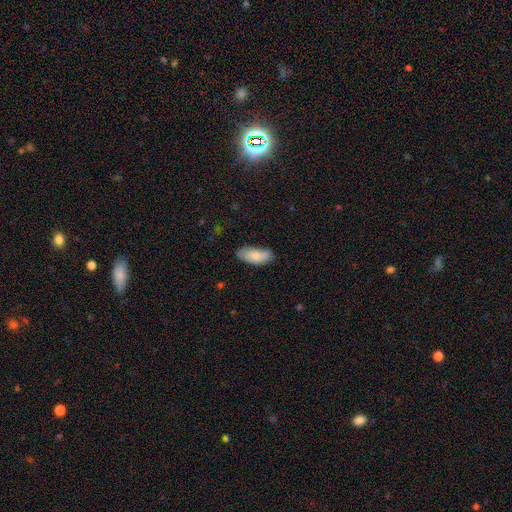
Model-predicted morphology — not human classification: Smooth or featured: smooth — 79% (featured or disk — 15%)
How rounded: in between — 88% (cigar-shaped — 11%)
Merging: none — 70% (minor disturbance — 24%)